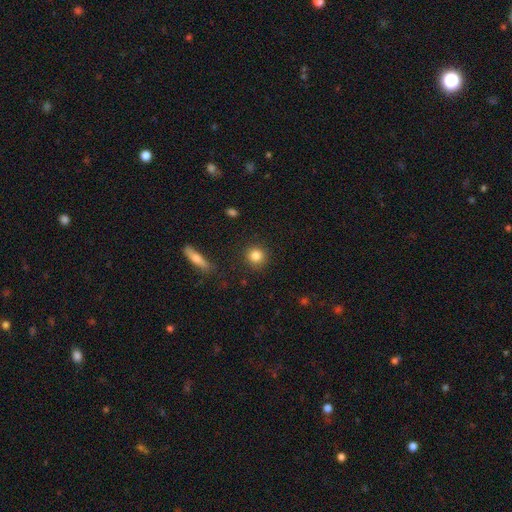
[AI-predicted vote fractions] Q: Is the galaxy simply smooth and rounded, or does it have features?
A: smooth — 84%.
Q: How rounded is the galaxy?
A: round — 91%.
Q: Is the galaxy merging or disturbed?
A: none — 89%.